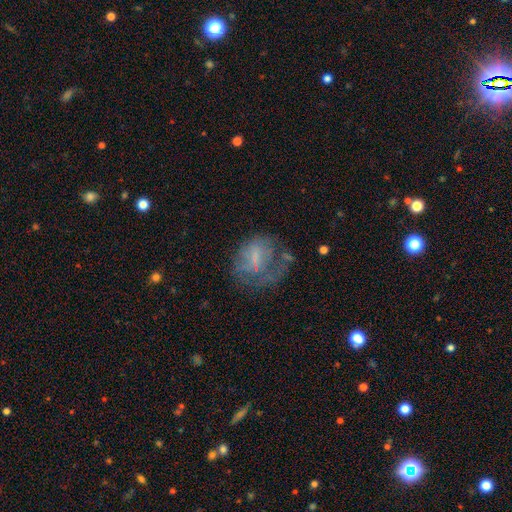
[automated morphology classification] smooth_or_featured: featured or disk (p=0.47) [alt: smooth p=0.40]
merging: none (p=0.37) [alt: major disturbance p=0.35]